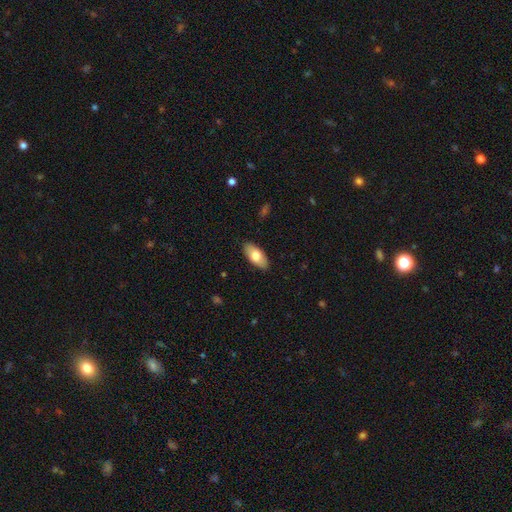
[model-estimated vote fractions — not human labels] smooth 75%, featured or disk 20%, star or artifact 6%. Down the decision tree: how rounded — in between (90%); merging — none (89%).